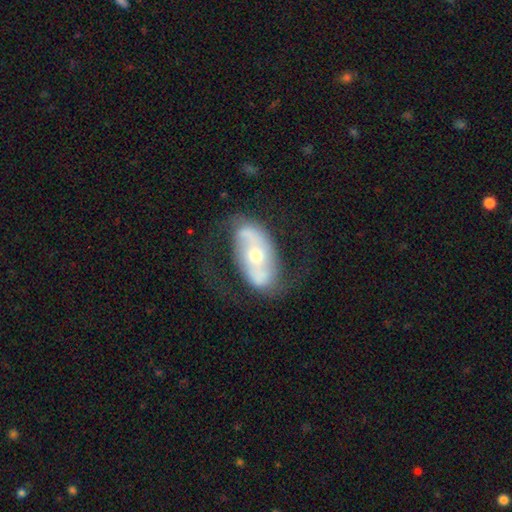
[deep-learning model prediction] Morphology: type=featured or disk (72%); edge-on=no (92%); bar=no (44%); spiral arms=yes (72%); bulge=moderate (55%); merging=none (62%).